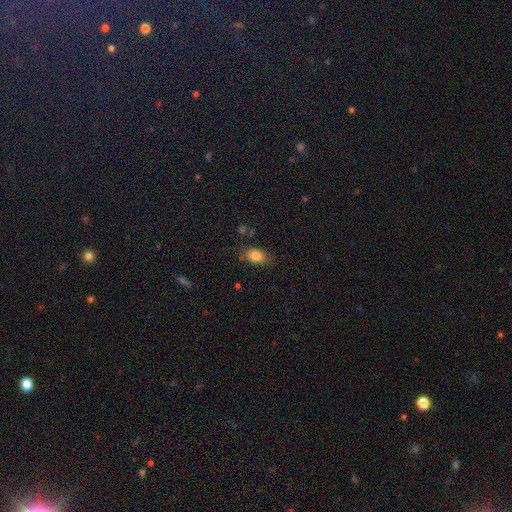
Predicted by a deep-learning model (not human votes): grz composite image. It shows a smooth galaxy with no disk features (83%) that is in between round and cigar-shaped (85%). Merging: none (76%).